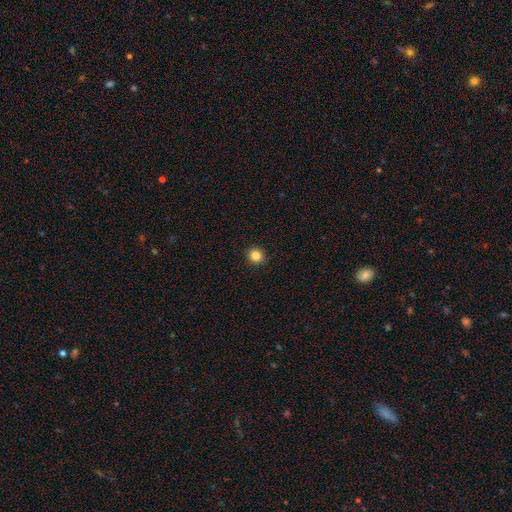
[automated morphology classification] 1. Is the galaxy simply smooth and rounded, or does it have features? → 85% smooth, 11% star or artifact, 4% featured or disk.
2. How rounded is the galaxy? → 91% round, 8% in between, 1% cigar-shaped.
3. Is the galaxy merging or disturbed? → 93% none, 4% minor disturbance, 1% major disturbance, 1% merger.